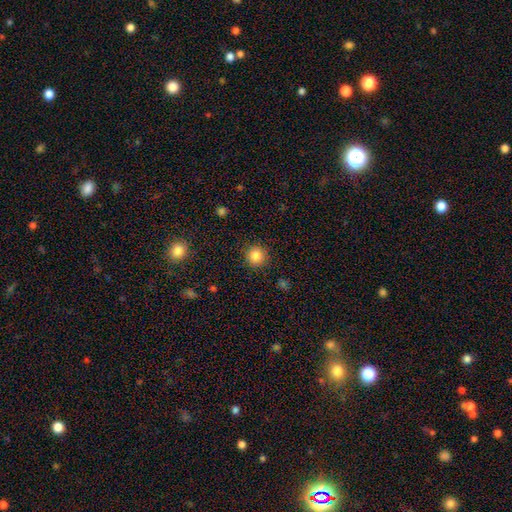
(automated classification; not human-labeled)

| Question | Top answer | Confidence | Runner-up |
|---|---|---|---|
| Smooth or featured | smooth | 85% | star or artifact (11%) |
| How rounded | round | 94% | in between (5%) |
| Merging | none | 90% | minor disturbance (6%) |